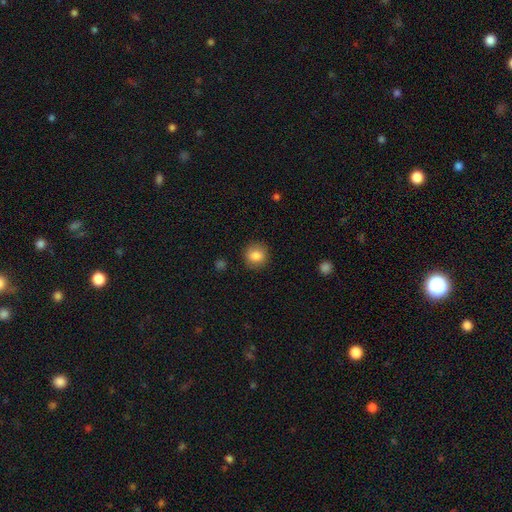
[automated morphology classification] Smooth or featured?
  - smooth: 84% *
  - star or artifact: 9%
  - featured or disk: 6%
How rounded?
  - round: 89% *
  - in between: 10%
  - cigar-shaped: 1%
Merging?
  - none: 89% *
  - minor disturbance: 7%
  - major disturbance: 2%
  - merger: 1%